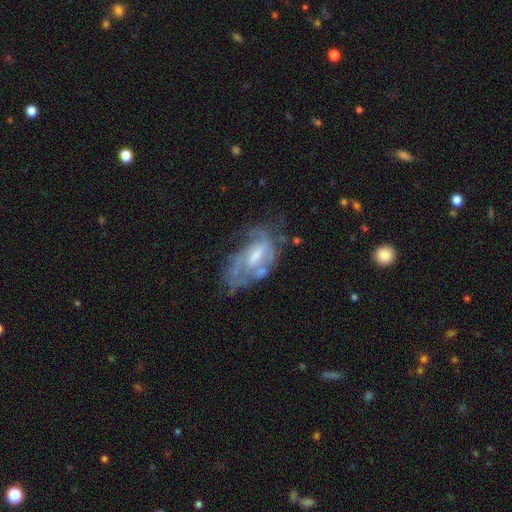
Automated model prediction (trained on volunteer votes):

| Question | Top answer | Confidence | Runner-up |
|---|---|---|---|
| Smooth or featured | featured or disk | 71% | smooth (21%) |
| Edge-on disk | no | 94% | yes (6%) |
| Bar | weak | 46% | no (36%) |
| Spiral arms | yes | 64% | no (36%) |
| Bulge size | moderate | 45% | small (30%) |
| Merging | none | 41% | major disturbance (27%) |